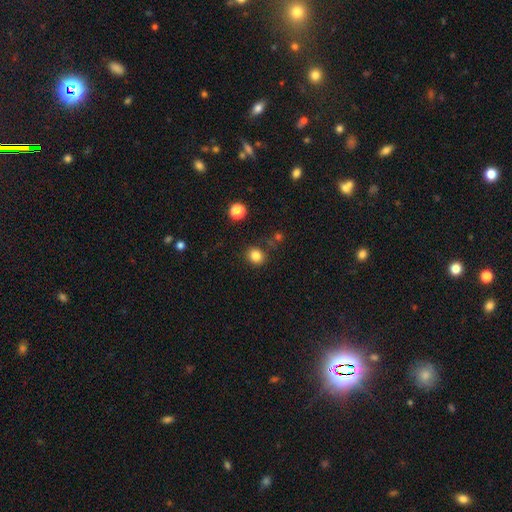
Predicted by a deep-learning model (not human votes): Smooth or featured: smooth — 83% (star or artifact — 12%)
How rounded: round — 79% (in between — 20%)
Merging: none — 83% (minor disturbance — 10%)